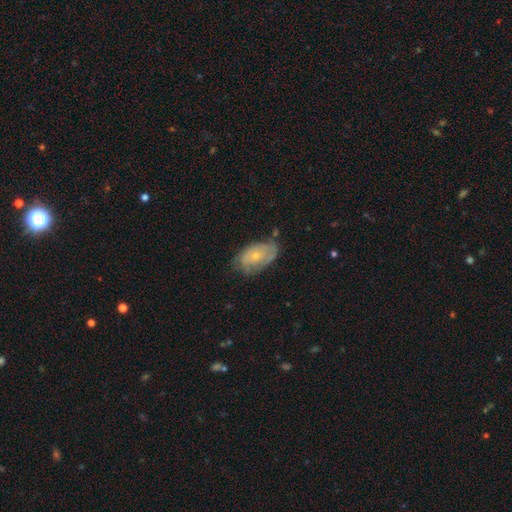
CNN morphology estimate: This appears to be a featured or disk galaxy (48%). Merging: none (55%).